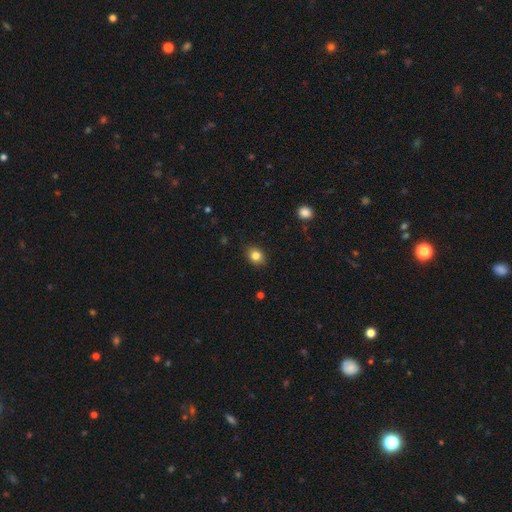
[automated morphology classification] A smooth galaxy with no disk features (82%) that is round (51%). Merging: none (86%).